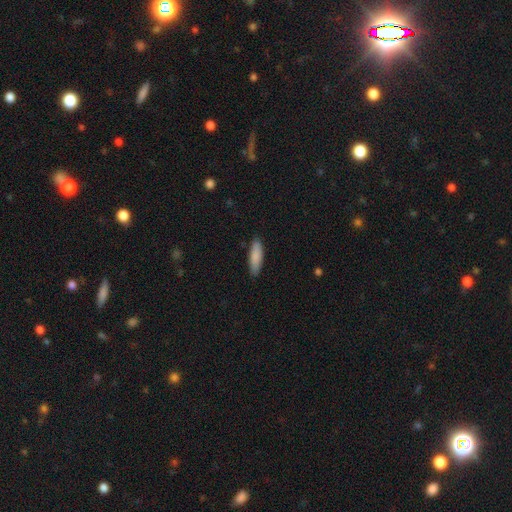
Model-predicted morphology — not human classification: smooth-or-featured: smooth: 87% | featured or disk: 8% | star or artifact: 5%
  how-rounded: cigar-shaped: 56% | in between: 43% | round: 1%
  merging: none: 86% | minor disturbance: 11% | major disturbance: 2% | merger: 1%